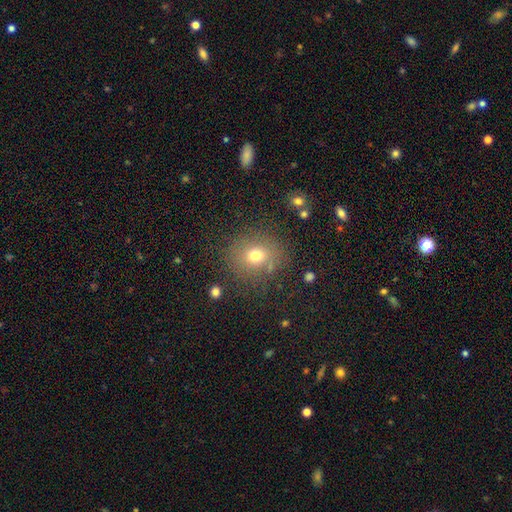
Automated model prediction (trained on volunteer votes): smooth 72%, star or artifact 17%, featured or disk 11%. Down the decision tree: how rounded — round (79%); merging — none (80%).